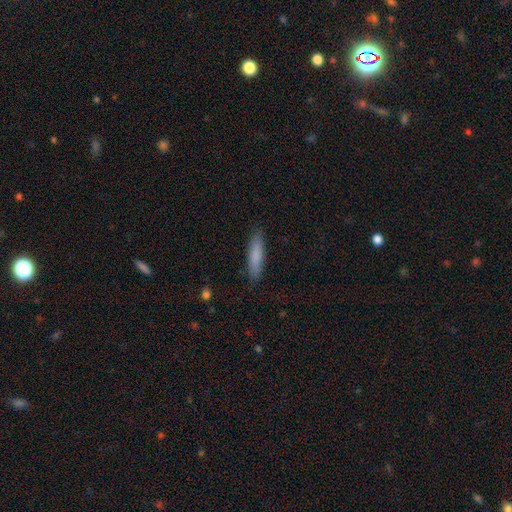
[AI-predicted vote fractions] A smooth galaxy with no disk features (82%) that is cigar-shaped (83%). Merging: none (89%).